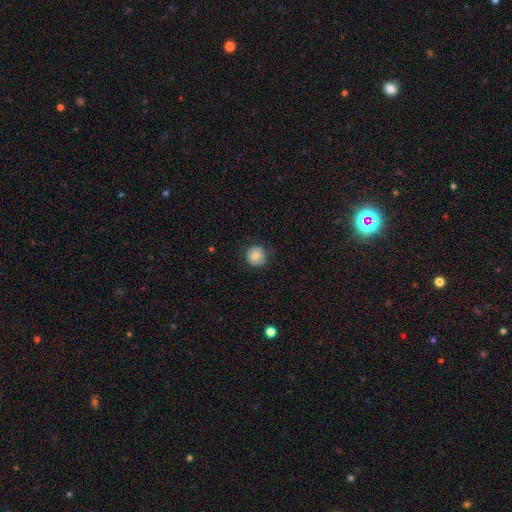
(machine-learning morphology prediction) A smooth galaxy with no disk features (78%) that is round (93%). Merging: none (83%).